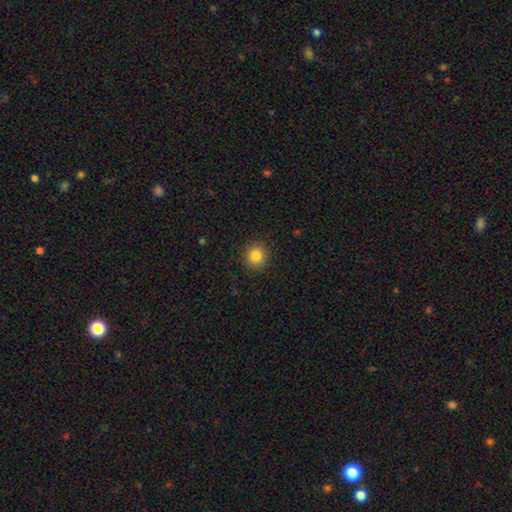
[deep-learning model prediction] A smooth galaxy with no disk features (85%) that is round (90%).

Vote fractions:
- Smooth or featured? smooth: 85% / star or artifact: 11% / featured or disk: 5%
- How rounded? round: 90% / in between: 9% / cigar-shaped: 1%
- Merging? none: 91% / minor disturbance: 6% / major disturbance: 2% / merger: 1%